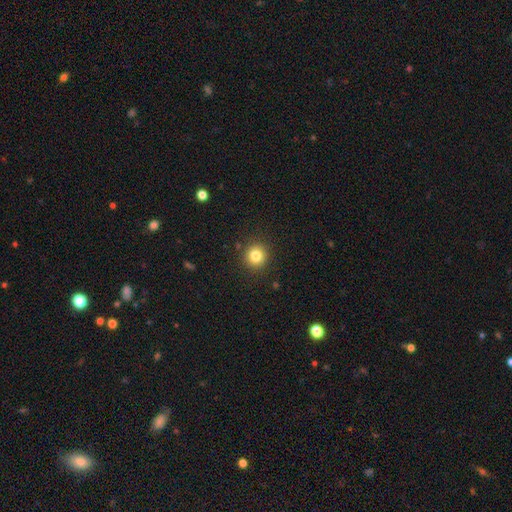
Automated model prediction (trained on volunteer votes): Smooth or featured?
  - smooth: 82% *
  - star or artifact: 11%
  - featured or disk: 7%
How rounded?
  - round: 93% *
  - in between: 6%
  - cigar-shaped: 1%
Merging?
  - none: 90% *
  - minor disturbance: 6%
  - major disturbance: 2%
  - merger: 1%